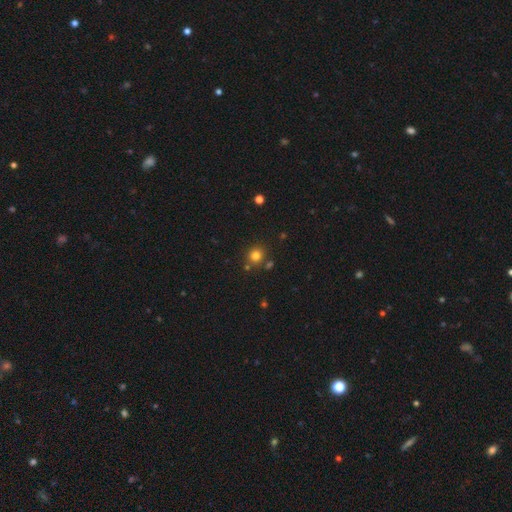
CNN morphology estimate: This is likely a smooth galaxy (79%). How rounded: clearly round (89%). Merging: likely none (79%).